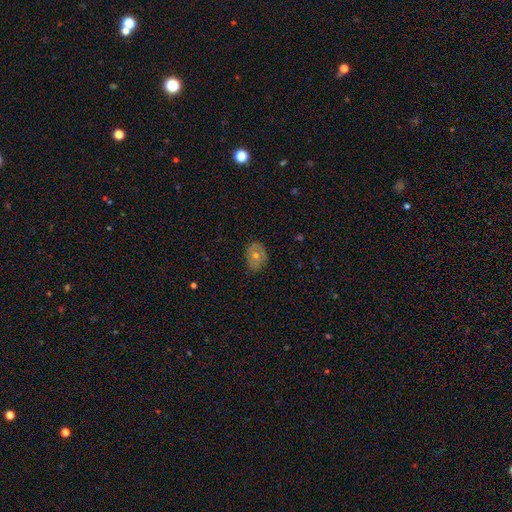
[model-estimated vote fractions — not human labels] This is possibly a smooth galaxy (48%). Merging: likely none (79%).